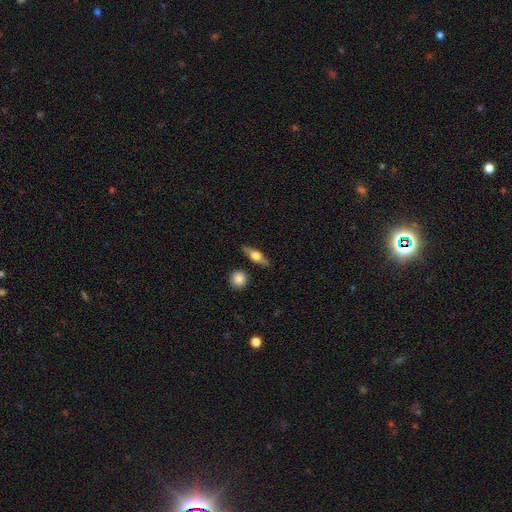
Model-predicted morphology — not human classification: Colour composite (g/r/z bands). It shows a smooth galaxy with no disk features (48%). Merging: none (82%).